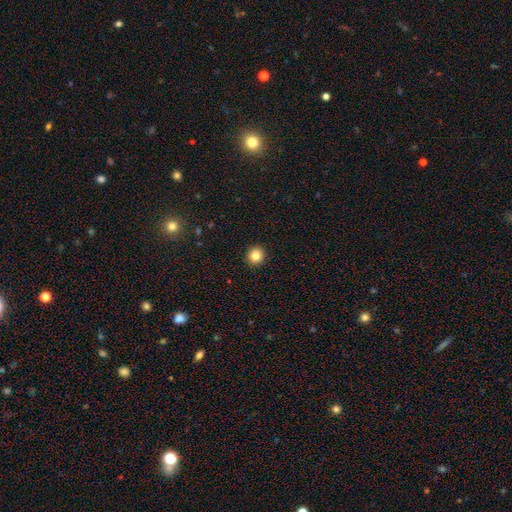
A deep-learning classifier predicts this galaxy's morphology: type=smooth (83%); roundness=round (94%); merging=none (93%).